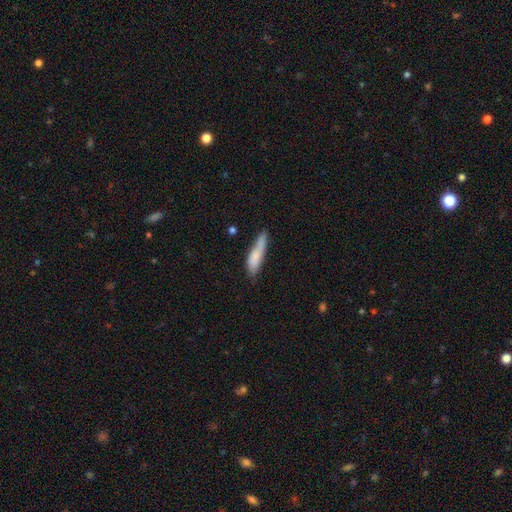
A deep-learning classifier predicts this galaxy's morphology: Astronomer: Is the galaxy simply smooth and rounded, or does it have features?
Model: smooth — 76%.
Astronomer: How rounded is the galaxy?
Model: cigar-shaped — 72%.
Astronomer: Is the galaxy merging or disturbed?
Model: none — 58%.